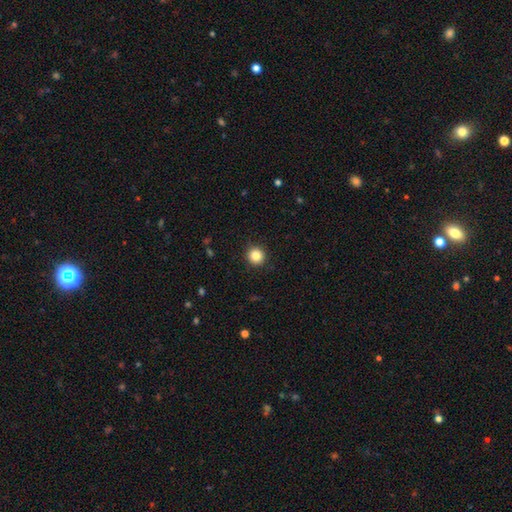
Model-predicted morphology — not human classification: smooth-or-featured: smooth: 84% | star or artifact: 11% | featured or disk: 5%
  how-rounded: round: 94% | in between: 5% | cigar-shaped: 1%
  merging: none: 92% | minor disturbance: 5% | major disturbance: 2% | merger: 1%